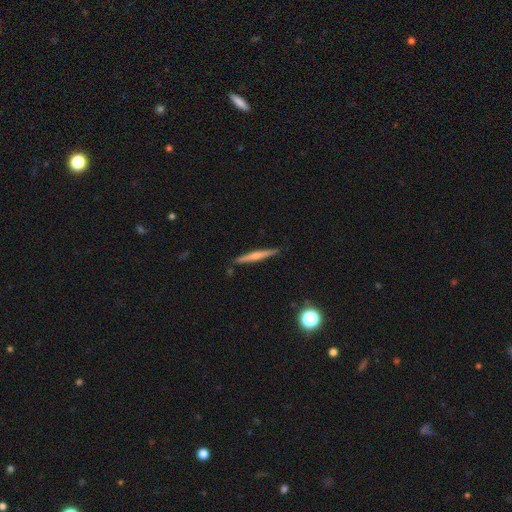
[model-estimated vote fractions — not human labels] Smooth or featured? Predicted: featured or disk (p=0.52). Edge-on disk? Predicted: yes (p=0.97). Edge-on bulge? Predicted: rounded (p=0.64). Merging? Predicted: none (p=0.89).